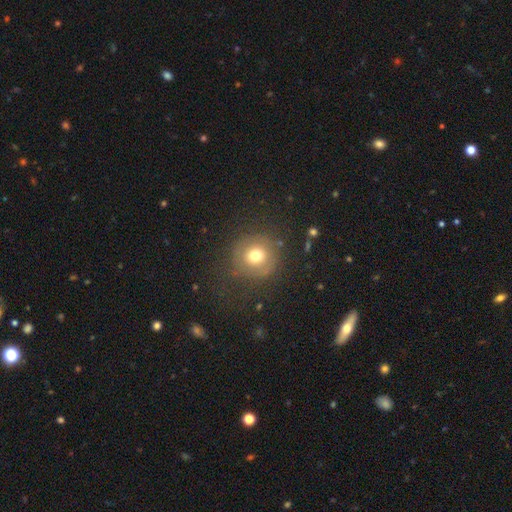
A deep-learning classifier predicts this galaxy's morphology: A smooth galaxy with no disk features (69%) that is round (90%).

Vote fractions:
- Smooth or featured? smooth: 69% / featured or disk: 16% / star or artifact: 15%
- How rounded? round: 90% / in between: 9% / cigar-shaped: 1%
- Merging? none: 74% / minor disturbance: 13% / major disturbance: 10% / merger: 2%